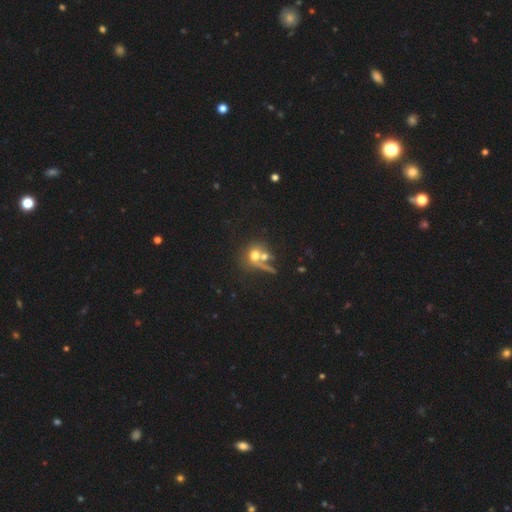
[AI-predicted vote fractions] This appears to be a smooth galaxy with no disk features (65%) that is round (78%). Merging: merger (44%).